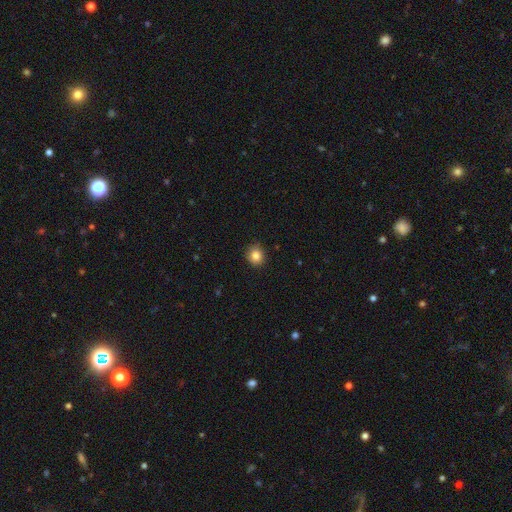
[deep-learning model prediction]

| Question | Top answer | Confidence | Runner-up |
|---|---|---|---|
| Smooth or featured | smooth | 84% | star or artifact (11%) |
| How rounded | round | 84% | in between (15%) |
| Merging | none | 89% | minor disturbance (9%) |